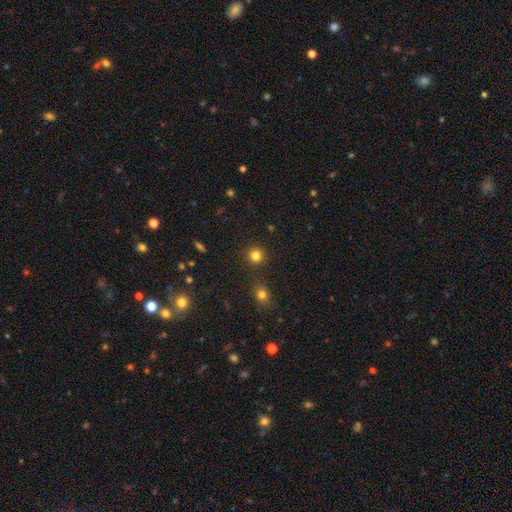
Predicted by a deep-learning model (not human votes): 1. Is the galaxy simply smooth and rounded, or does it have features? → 81% smooth, 14% star or artifact, 5% featured or disk.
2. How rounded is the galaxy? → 93% round, 6% in between, 1% cigar-shaped.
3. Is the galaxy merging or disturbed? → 89% none, 5% minor disturbance, 4% merger, 2% major disturbance.